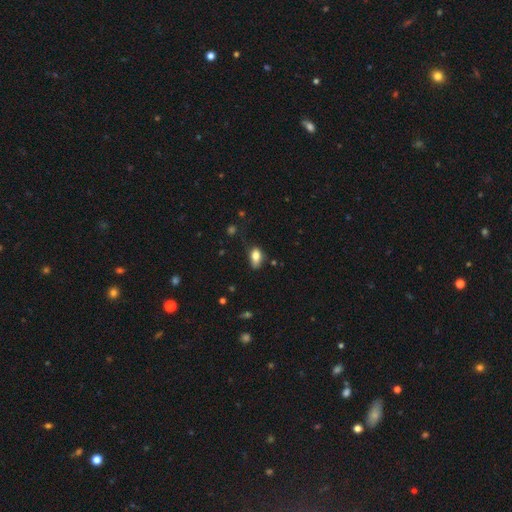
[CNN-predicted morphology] Smooth or featured? Predicted: smooth (p=0.80). How rounded? Predicted: in between (p=0.88). Merging? Predicted: none (p=0.53).